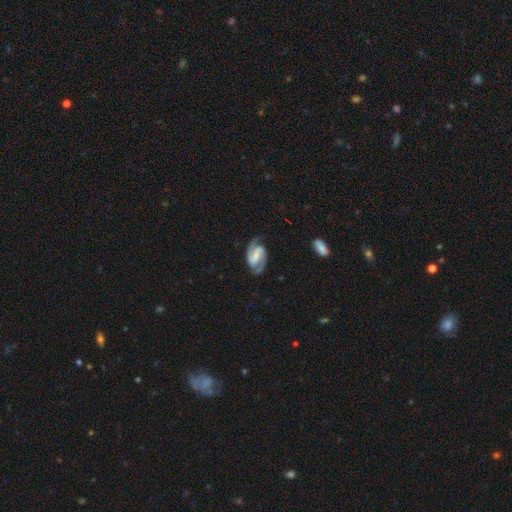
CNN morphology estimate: Smooth or featured: featured or disk — 91% (smooth — 5%)
Edge-on disk: no — 98% (yes — 2%)
Bar: strong — 44% (weak — 39%)
Spiral arms: yes — 98% (no — 2%)
Spiral winding: medium — 56% (tight — 30%)
Spiral arm count: 2 — 94% (can't tell — 2%)
Bulge size: small — 37% (none — 31%)
Merging: none — 81% (minor disturbance — 13%)